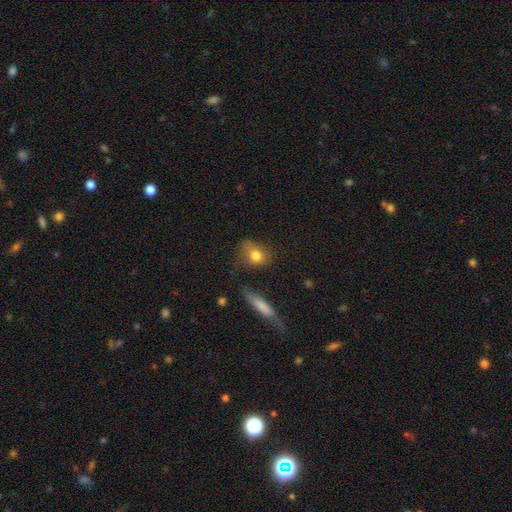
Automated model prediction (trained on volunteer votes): Smooth or featured?
  - smooth: 76% *
  - featured or disk: 14%
  - star or artifact: 9%
How rounded?
  - round: 48% *
  - in between: 47%
  - cigar-shaped: 5%
Merging?
  - none: 65% *
  - minor disturbance: 21%
  - major disturbance: 9%
  - merger: 5%